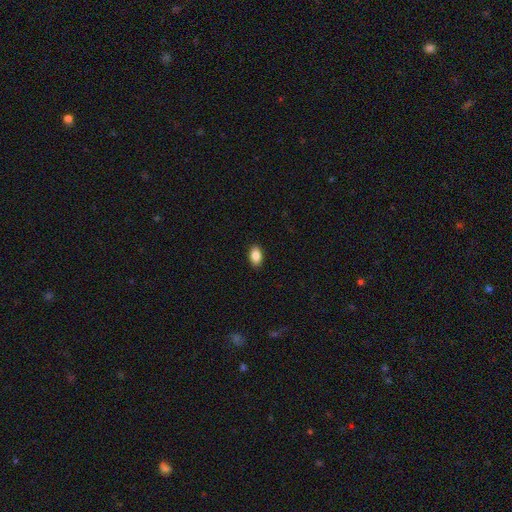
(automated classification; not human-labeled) Smooth or featured: smooth — 87% (star or artifact — 8%)
How rounded: in between — 90% (round — 8%)
Merging: none — 90% (minor disturbance — 7%)